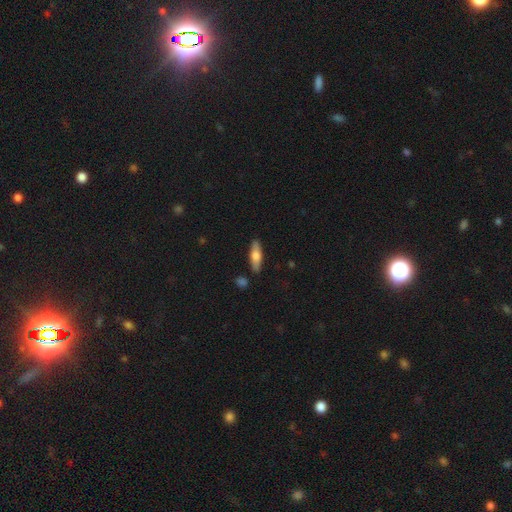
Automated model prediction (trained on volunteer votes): Smooth or featured? Predicted: smooth (p=0.61). How rounded? Predicted: cigar-shaped (p=0.54). Merging? Predicted: none (p=0.87).